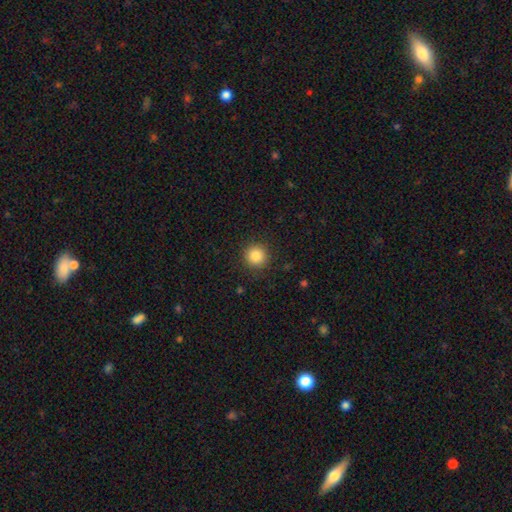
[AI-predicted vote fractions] A smooth galaxy with no disk features (85%) that is round (95%). Merging: none (90%).